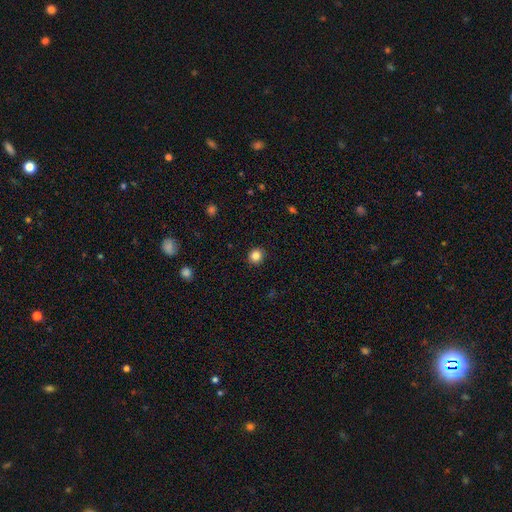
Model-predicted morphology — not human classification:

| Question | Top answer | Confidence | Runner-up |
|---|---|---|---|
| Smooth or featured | smooth | 84% | star or artifact (11%) |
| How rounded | round | 90% | in between (9%) |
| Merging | none | 92% | minor disturbance (5%) |